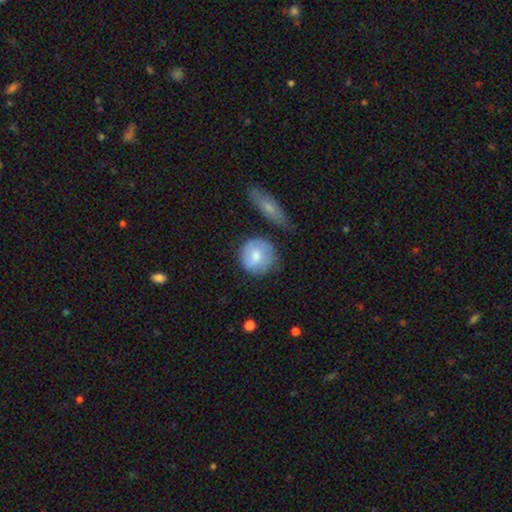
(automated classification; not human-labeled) Smooth or featured: smooth — 68% (featured or disk — 26%)
How rounded: round — 88% (in between — 11%)
Merging: none — 61% (minor disturbance — 25%)